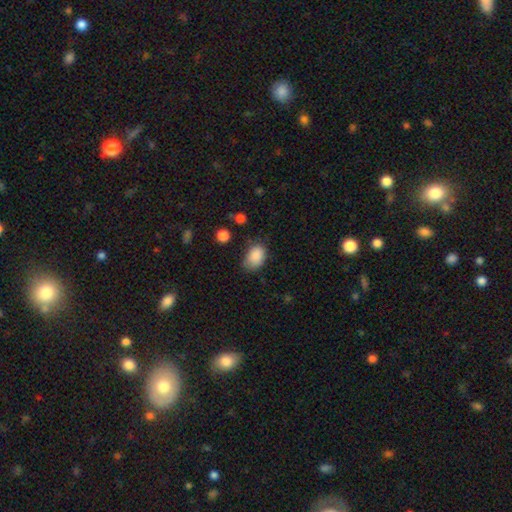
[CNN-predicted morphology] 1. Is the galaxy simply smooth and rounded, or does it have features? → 87% smooth, 8% star or artifact, 5% featured or disk.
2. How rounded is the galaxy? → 81% in between, 18% round, 1% cigar-shaped.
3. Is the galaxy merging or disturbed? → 61% none, 30% minor disturbance, 7% major disturbance, 2% merger.